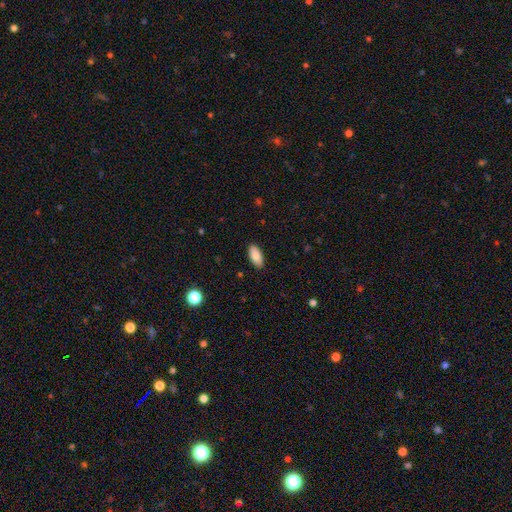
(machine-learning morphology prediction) type=smooth (88%); roundness=in between (90%); merging=none (89%).